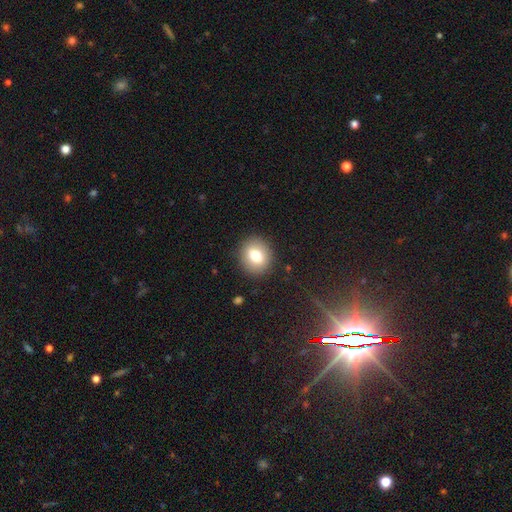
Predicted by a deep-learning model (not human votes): This is likely a smooth galaxy (76%). How rounded: likely round (70%). Merging: clearly none (89%).